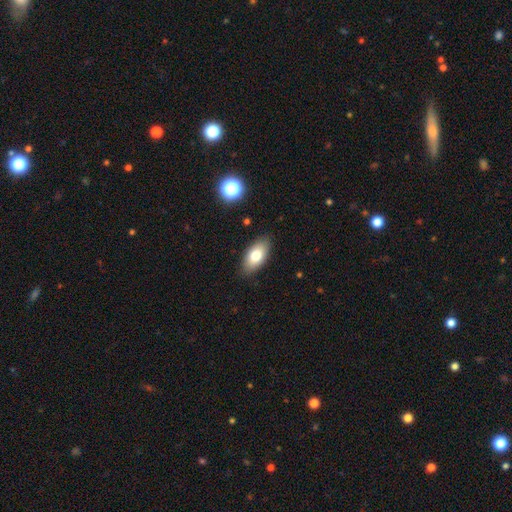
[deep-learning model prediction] Q: Smooth or featured?
A: smooth (76%); runner-up: featured or disk (16%)
Q: How rounded?
A: in between (92%); runner-up: cigar-shaped (4%)
Q: Merging?
A: none (86%); runner-up: minor disturbance (10%)